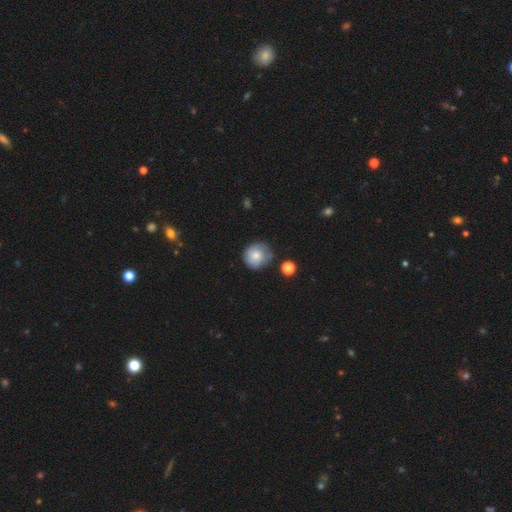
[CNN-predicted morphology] smooth-or-featured: smooth: 71% | featured or disk: 21% | star or artifact: 8%
  how-rounded: round: 90% | in between: 9% | cigar-shaped: 1%
  merging: none: 70% | minor disturbance: 21% | major disturbance: 5% | merger: 5%